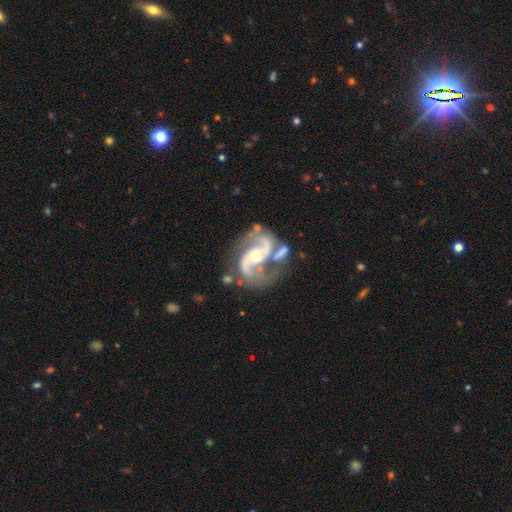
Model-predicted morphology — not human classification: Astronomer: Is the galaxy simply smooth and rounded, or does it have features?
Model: featured or disk — 92%.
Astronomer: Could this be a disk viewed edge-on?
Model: no — 98%.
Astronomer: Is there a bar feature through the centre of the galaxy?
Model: no — 46% (runner-up: weak, 35%).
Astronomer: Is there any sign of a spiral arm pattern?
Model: yes — 98%.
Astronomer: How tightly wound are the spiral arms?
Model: medium — 61%.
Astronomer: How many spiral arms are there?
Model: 2 — 92%.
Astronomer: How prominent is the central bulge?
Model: moderate — 49% (runner-up: small, 46%).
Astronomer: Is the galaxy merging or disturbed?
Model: none — 54%.